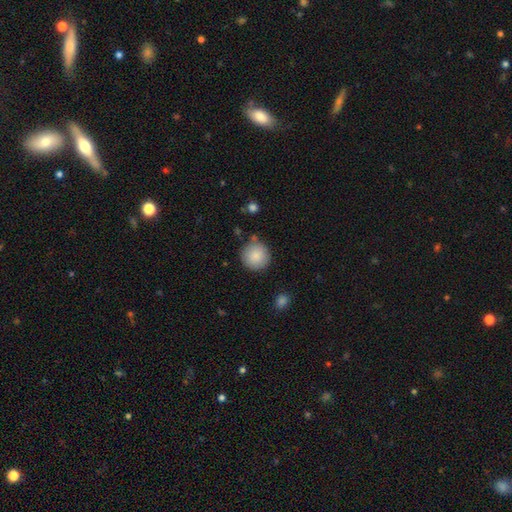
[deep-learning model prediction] Smooth or featured? Predicted: smooth (p=0.87). How rounded? Predicted: round (p=0.95). Merging? Predicted: none (p=0.84).